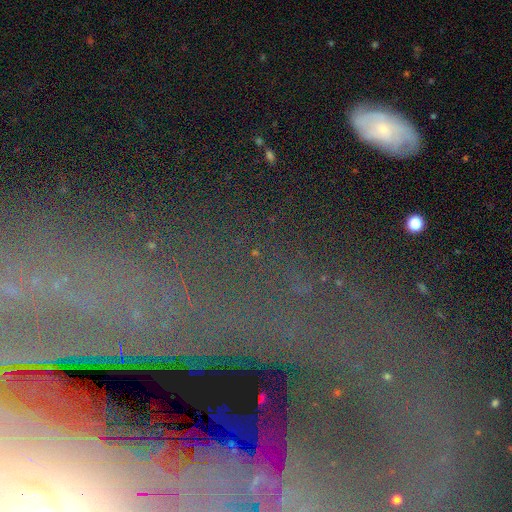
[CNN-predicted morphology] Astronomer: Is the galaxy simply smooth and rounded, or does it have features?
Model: featured or disk — 41% (runner-up: star or artifact, 31%).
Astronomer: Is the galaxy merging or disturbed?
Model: none — 74%.